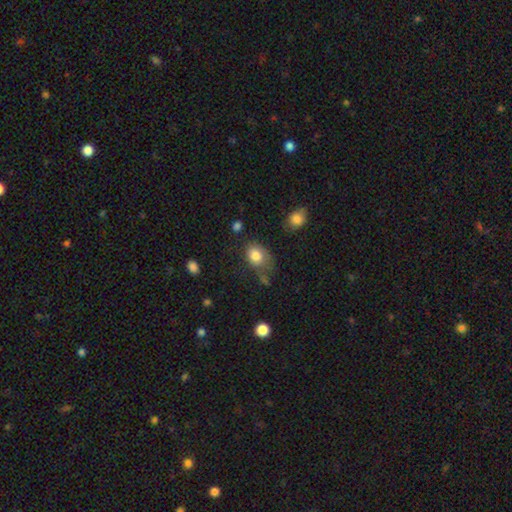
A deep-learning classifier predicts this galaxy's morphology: smooth-or-featured: smooth: 81% | featured or disk: 10% | star or artifact: 9%
  how-rounded: in between: 66% | round: 33% | cigar-shaped: 1%
  merging: none: 49% | minor disturbance: 30% | major disturbance: 15% | merger: 6%